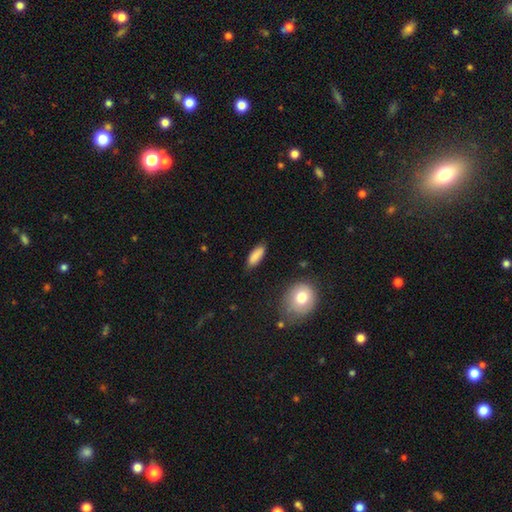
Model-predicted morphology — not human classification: smooth_or_featured: smooth (p=0.86) [alt: star or artifact p=0.07]
how_rounded: in between (p=0.65) [alt: cigar-shaped p=0.33]
merging: none (p=0.78) [alt: minor disturbance p=0.17]